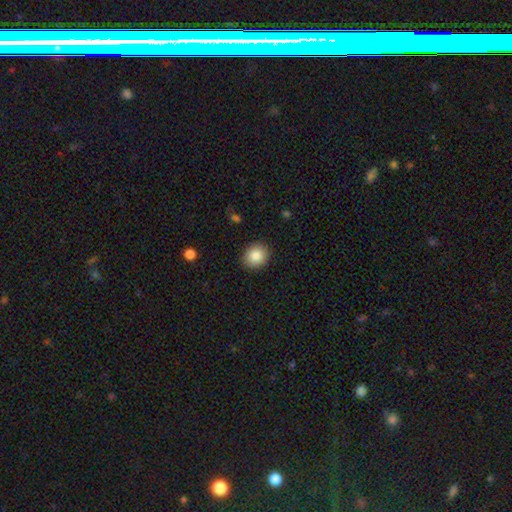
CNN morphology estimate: Smooth or featured?
  - smooth: 86% *
  - star or artifact: 8%
  - featured or disk: 6%
How rounded?
  - round: 71% *
  - in between: 28%
  - cigar-shaped: 1%
Merging?
  - none: 90% *
  - minor disturbance: 7%
  - major disturbance: 2%
  - merger: 1%